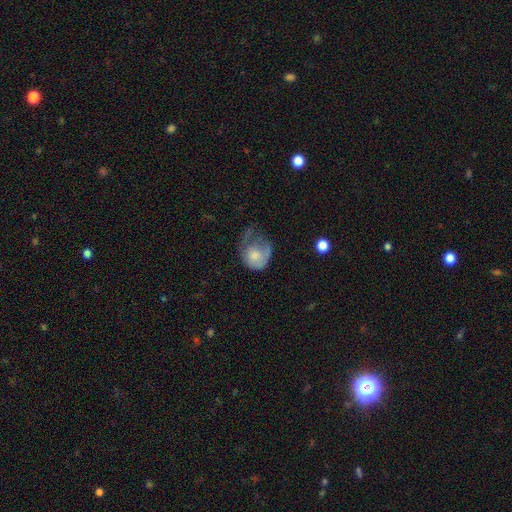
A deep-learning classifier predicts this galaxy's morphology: This appears to be a smooth galaxy with no disk features (60%) that is round (61%). Merging: major disturbance (50%).